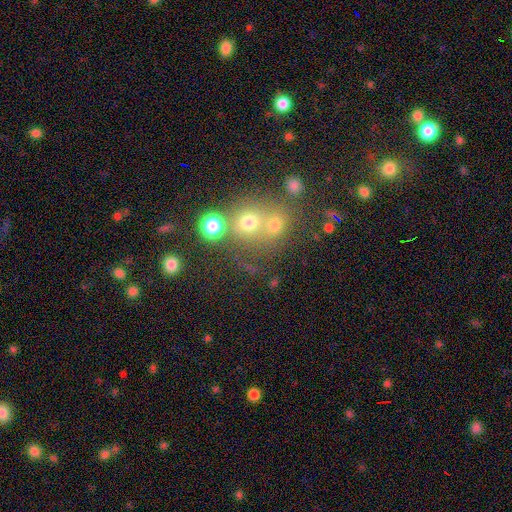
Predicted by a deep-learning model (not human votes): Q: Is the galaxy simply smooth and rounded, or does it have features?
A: smooth — 47%.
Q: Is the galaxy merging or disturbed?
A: none — 49%.